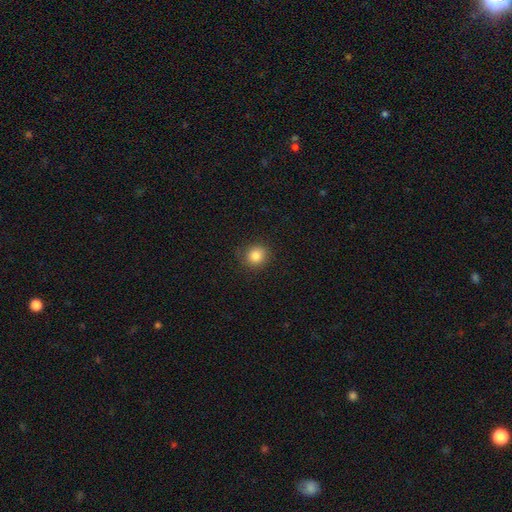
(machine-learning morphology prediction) This appears to be a smooth galaxy with no disk features (84%) that is round (85%). Merging: none (85%).